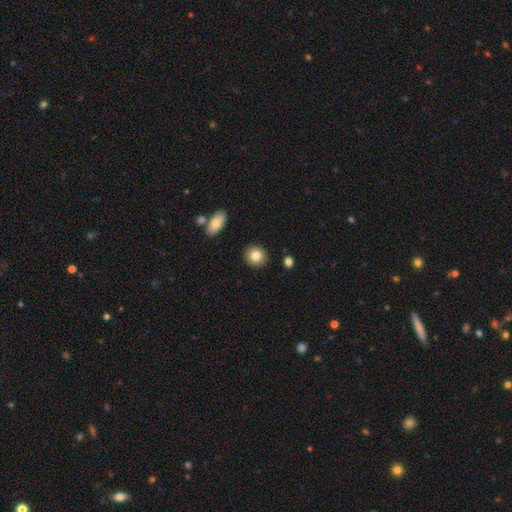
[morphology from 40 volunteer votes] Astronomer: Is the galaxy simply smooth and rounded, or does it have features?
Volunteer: smooth — 90%.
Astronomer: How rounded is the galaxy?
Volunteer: round — 89%.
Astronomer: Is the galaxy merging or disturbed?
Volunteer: none — 90%.